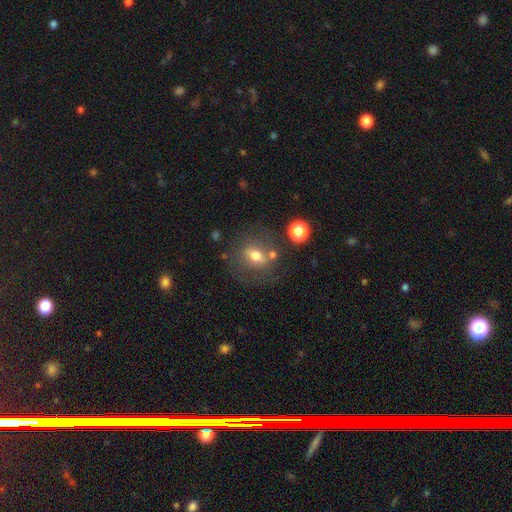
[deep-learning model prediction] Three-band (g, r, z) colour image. It shows a smooth galaxy with no disk features (62%) that is round (51%). Merging: none (59%).